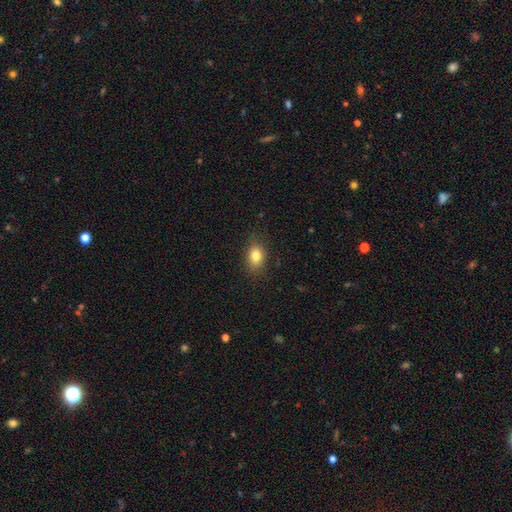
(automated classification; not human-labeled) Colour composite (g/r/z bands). It shows a smooth galaxy with no disk features (82%) that is in between round and cigar-shaped (76%). Merging: none (84%).